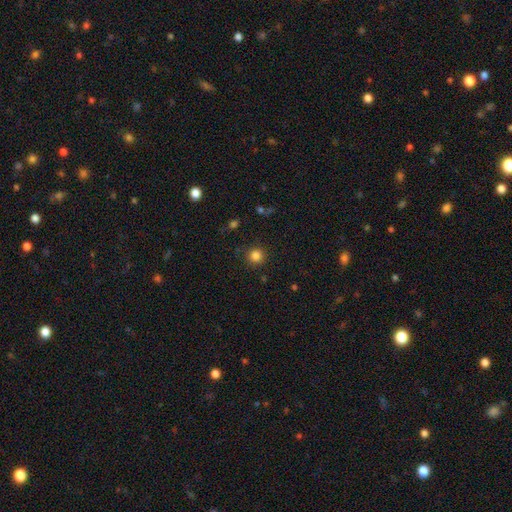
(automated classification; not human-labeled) The model was most divided on "smooth or featured": smooth: 83%, star or artifact: 13%, featured or disk: 4%. More confident: how rounded — round (94%); merging — none (90%).